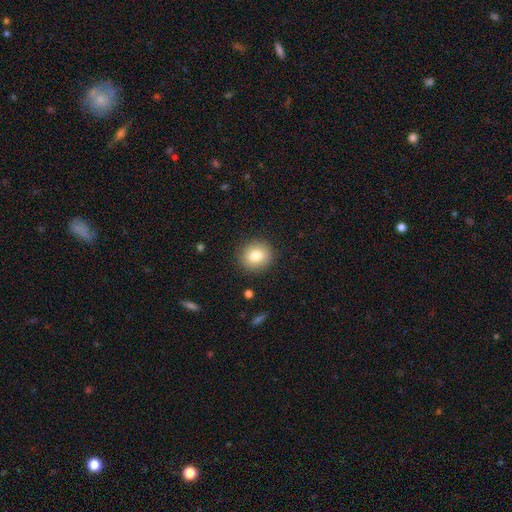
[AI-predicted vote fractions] smooth-or-featured: smooth: 81% | featured or disk: 10% | star or artifact: 9%
  how-rounded: round: 87% | in between: 12% | cigar-shaped: 1%
  merging: none: 89% | minor disturbance: 7% | major disturbance: 2% | merger: 1%